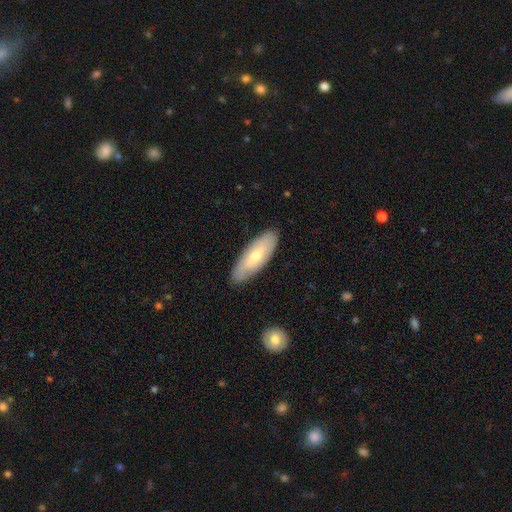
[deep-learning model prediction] The model was most divided on "smooth or featured": smooth: 55%, featured or disk: 39%, star or artifact: 6%. More confident: merging — none (87%); how rounded — in between (65%).